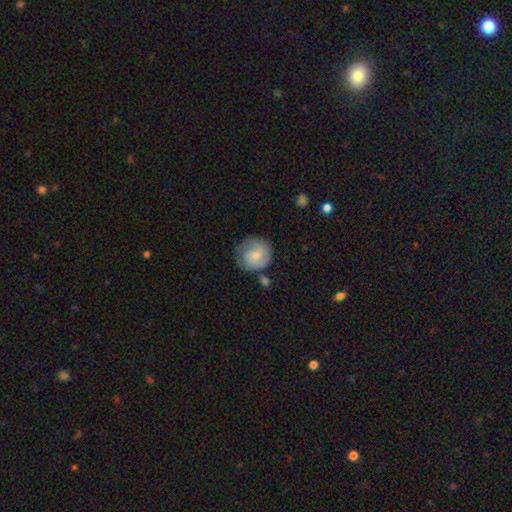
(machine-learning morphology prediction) Smooth or featured: featured or disk — 47% (smooth — 46%)
Merging: none — 67% (minor disturbance — 20%)